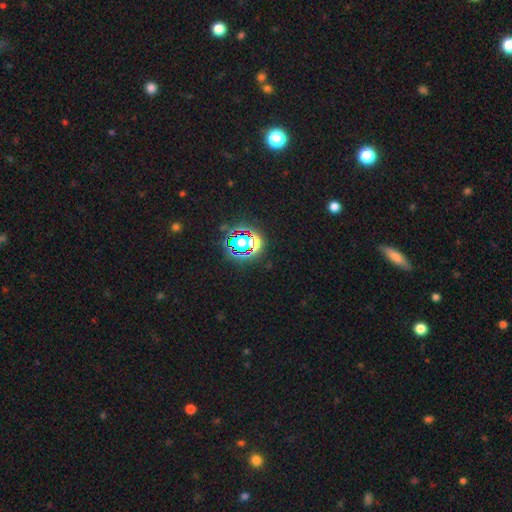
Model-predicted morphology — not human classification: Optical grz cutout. It shows a star or artifact, not a galaxy (79%).